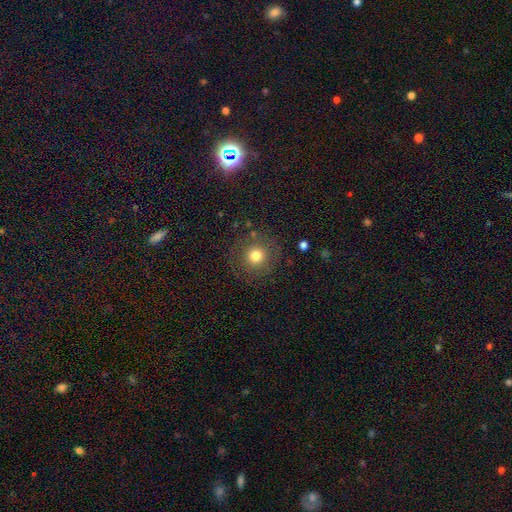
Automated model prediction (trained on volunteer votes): smooth-or-featured: smooth: 74% | featured or disk: 13% | star or artifact: 12%
  how-rounded: round: 94% | in between: 5% | cigar-shaped: 1%
  merging: none: 83% | minor disturbance: 10% | major disturbance: 5% | merger: 2%